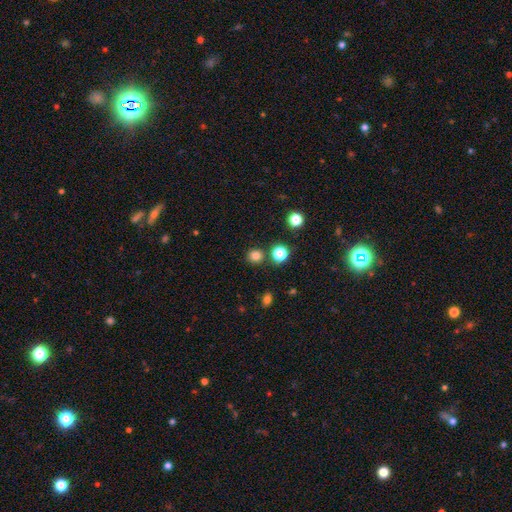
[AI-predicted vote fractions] smooth_or_featured: smooth (p=0.80) [alt: star or artifact p=0.15]
how_rounded: round (p=0.91) [alt: in between p=0.08]
merging: none (p=0.84) [alt: merger p=0.07]